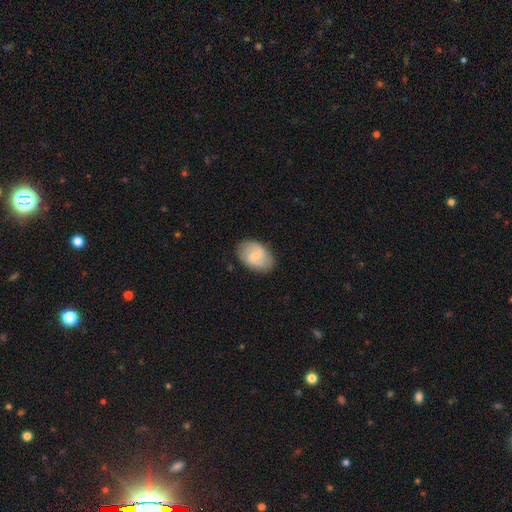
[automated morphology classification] type=smooth (51%); roundness=in between (84%); merging=none (81%).